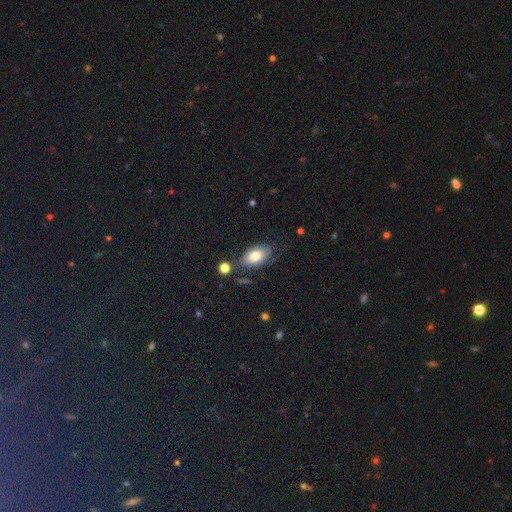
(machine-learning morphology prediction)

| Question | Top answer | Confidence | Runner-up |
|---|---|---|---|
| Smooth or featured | smooth | 73% | featured or disk (18%) |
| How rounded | in between | 92% | round (5%) |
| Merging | none | 65% | minor disturbance (21%) |